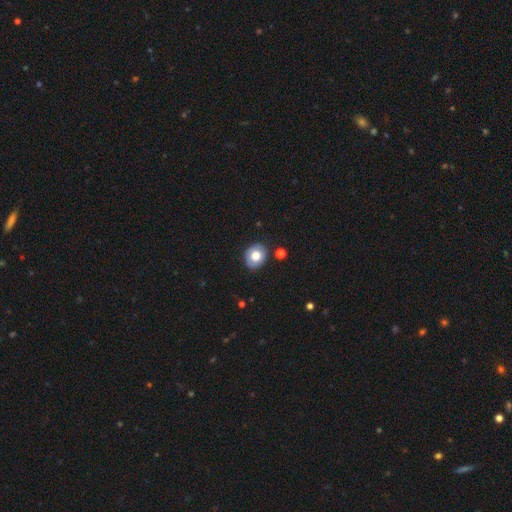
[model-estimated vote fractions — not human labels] This appears to be a smooth galaxy with no disk features (70%) that is round (61%). Merging: none (82%).